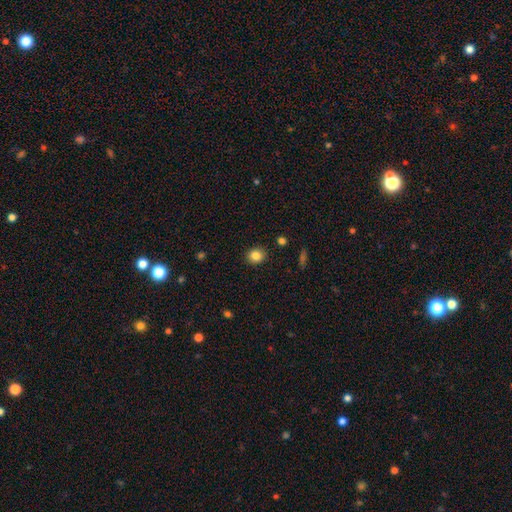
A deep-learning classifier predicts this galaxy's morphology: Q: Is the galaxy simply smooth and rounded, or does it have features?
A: smooth — 84%.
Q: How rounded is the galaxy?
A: round — 75%.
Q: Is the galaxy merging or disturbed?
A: none — 90%.